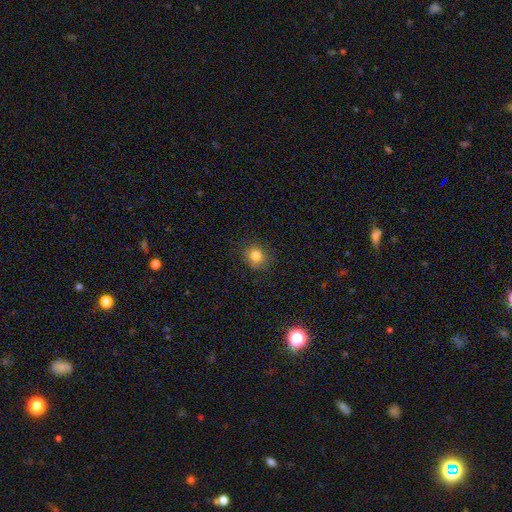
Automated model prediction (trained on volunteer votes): This is clearly a smooth galaxy (82%). How rounded: clearly round (80%). Merging: clearly none (87%).